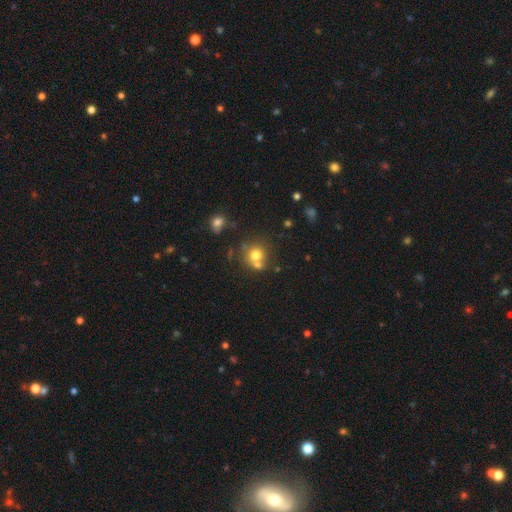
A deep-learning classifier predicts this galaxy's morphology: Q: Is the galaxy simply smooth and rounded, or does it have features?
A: smooth — 73%.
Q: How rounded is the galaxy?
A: round — 86%.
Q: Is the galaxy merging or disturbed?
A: none — 52%.